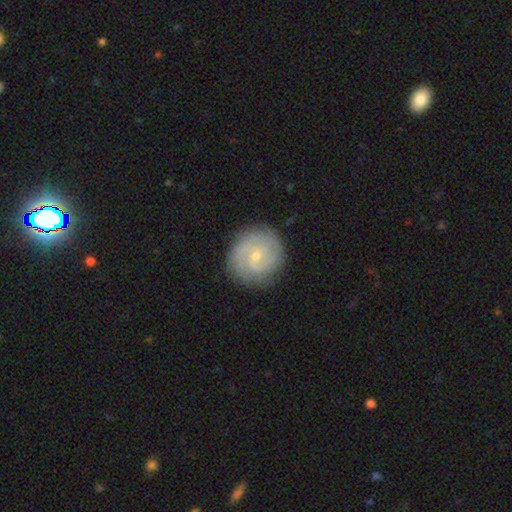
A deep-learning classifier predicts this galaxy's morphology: Smooth or featured?
  - featured or disk: 75% *
  - smooth: 19%
  - star or artifact: 6%
Edge-on disk?
  - no: 98% *
  - yes: 2%
Bar?
  - weak: 52% *
  - no: 40%
  - strong: 7%
Spiral arms?
  - yes: 93% *
  - no: 7%
Spiral winding?
  - tight: 54% *
  - medium: 35%
  - loose: 10%
Spiral arm count?
  - 2: 52% *
  - can't tell: 23%
  - 3: 13%
  - 4: 4%
  - 1: 4%
  - more than 4: 4%
Bulge size?
  - small: 74% *
  - moderate: 22%
  - none: 2%
  - large: 1%
  - dominant: 1%
Merging?
  - none: 84% *
  - minor disturbance: 11%
  - major disturbance: 4%
  - merger: 1%